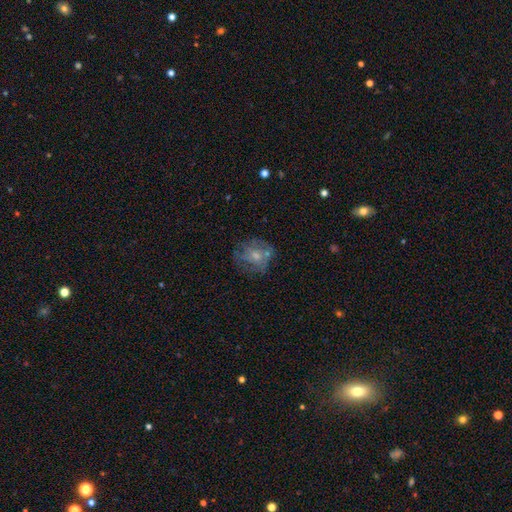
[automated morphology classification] A featured or disk galaxy (51%).

Vote fractions:
- Smooth or featured? featured or disk: 51% / smooth: 33% / star or artifact: 16%
- Edge-on disk? no: 97% / yes: 3%
- Merging? none: 69% / minor disturbance: 18% / major disturbance: 9% / merger: 4%